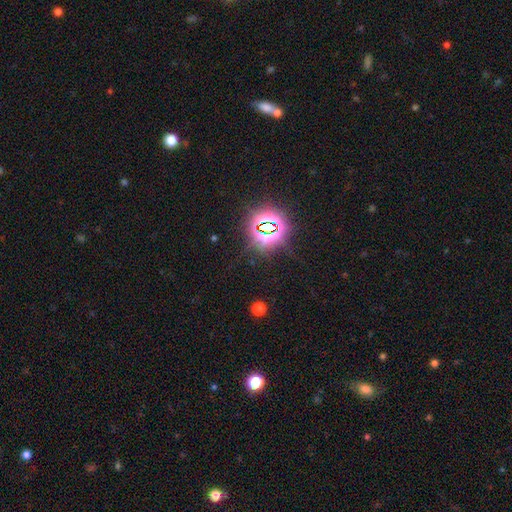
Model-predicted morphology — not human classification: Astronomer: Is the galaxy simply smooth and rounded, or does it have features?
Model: star or artifact — 79%.